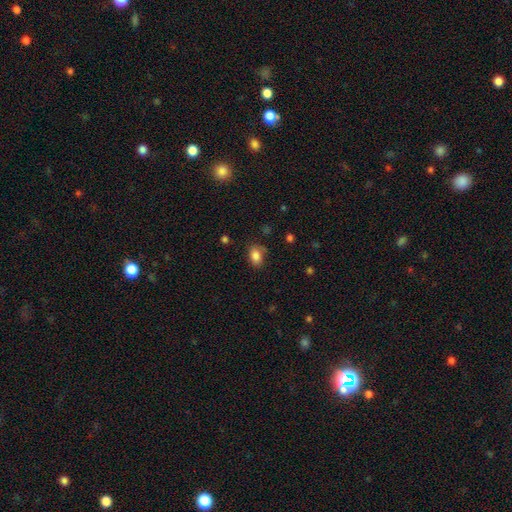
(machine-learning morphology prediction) Overall: smooth (84%). How rounded: in between (83%). Merging: none (74%).